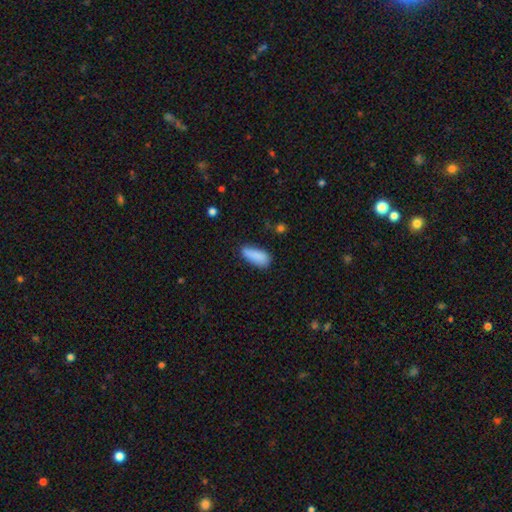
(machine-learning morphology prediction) A smooth galaxy with no disk features (86%) that is in between round and cigar-shaped (77%).

Vote fractions:
- Smooth or featured? smooth: 86% / star or artifact: 7% / featured or disk: 6%
- How rounded? in between: 77% / cigar-shaped: 21% / round: 2%
- Merging? none: 62% / minor disturbance: 28% / major disturbance: 7% / merger: 3%